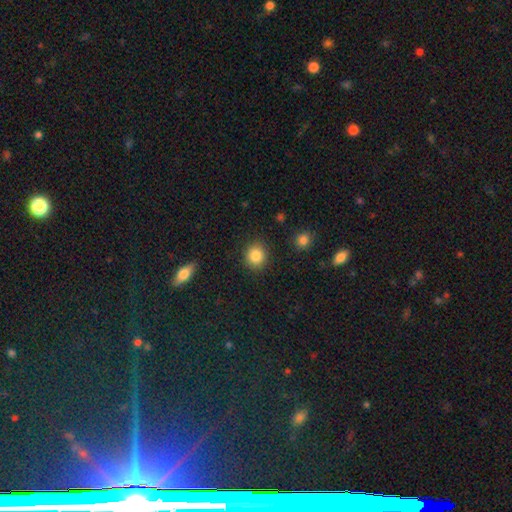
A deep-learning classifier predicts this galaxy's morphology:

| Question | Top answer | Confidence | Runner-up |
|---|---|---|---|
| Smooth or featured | smooth | 86% | star or artifact (9%) |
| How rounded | round | 84% | in between (15%) |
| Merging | none | 89% | minor disturbance (7%) |